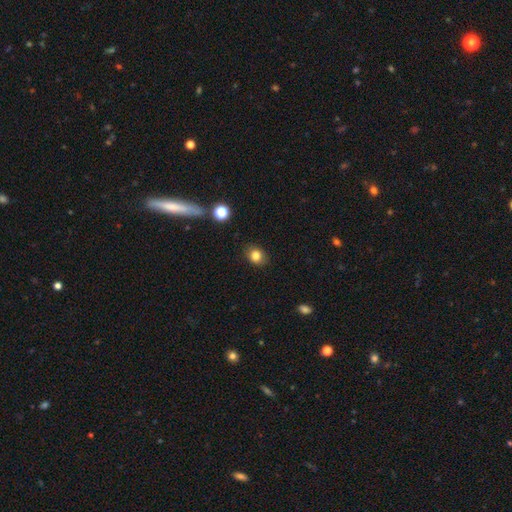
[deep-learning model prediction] This is clearly a smooth galaxy (82%). How rounded: possibly round (55%). Merging: clearly none (84%).